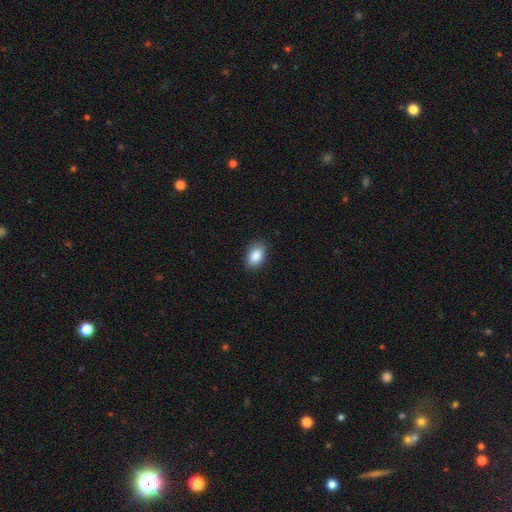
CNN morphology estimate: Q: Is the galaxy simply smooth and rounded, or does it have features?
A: smooth — 88%.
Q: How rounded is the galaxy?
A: in between — 89%.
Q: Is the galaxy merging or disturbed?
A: none — 87%.